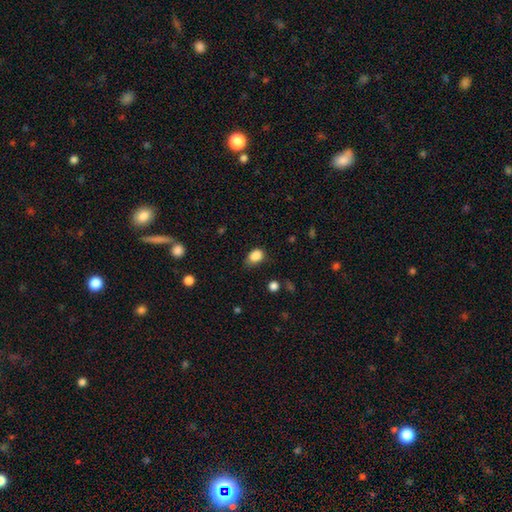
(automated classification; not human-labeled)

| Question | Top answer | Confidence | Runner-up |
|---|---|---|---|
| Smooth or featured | smooth | 86% | star or artifact (10%) |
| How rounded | in between | 73% | round (26%) |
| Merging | none | 54% | minor disturbance (34%) |